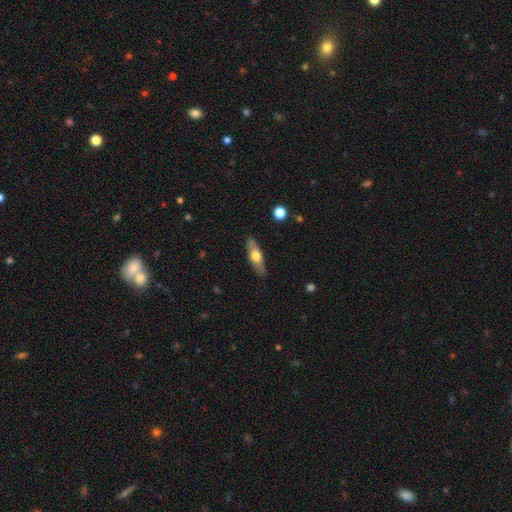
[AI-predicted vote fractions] Q: Smooth or featured?
A: smooth (48%); runner-up: featured or disk (46%)
Q: Merging?
A: none (86%); runner-up: minor disturbance (11%)